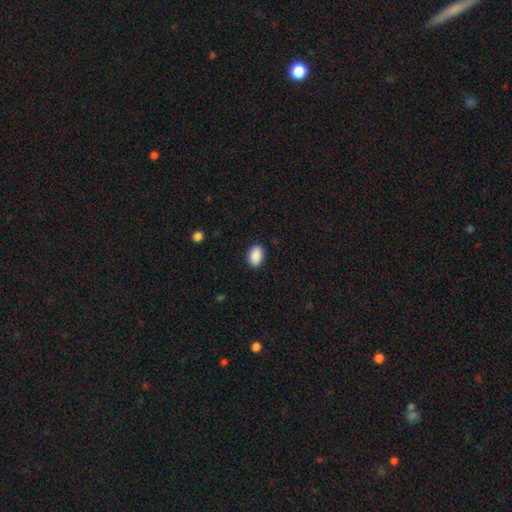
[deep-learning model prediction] smooth 90%, star or artifact 7%, featured or disk 3%. Down the decision tree: how rounded — in between (85%); merging — none (89%).